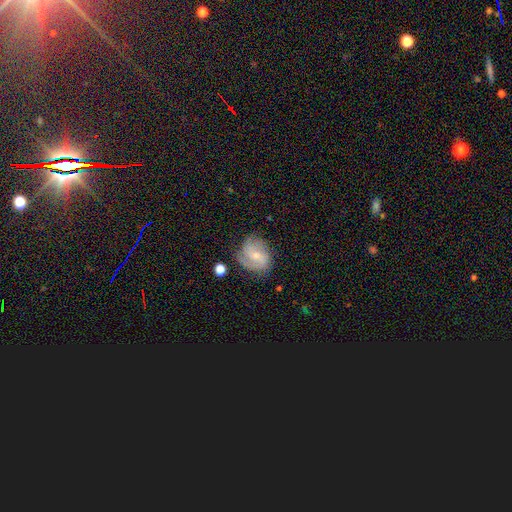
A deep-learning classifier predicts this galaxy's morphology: Overall: featured or disk (60%; smooth 32%). Edge-on disk: no (97%). Bar: no (47%; weak 43%). Spiral arms: yes (86%). Spiral arm count: 2 (42%; can't tell 24%). Spiral winding: medium (43%; tight 35%). Bulge size: small (53%; moderate 37%). Merging: none (57%; minor disturbance 26%).